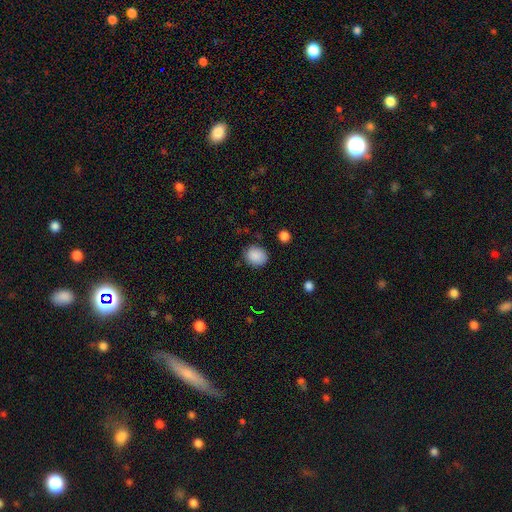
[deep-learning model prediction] smooth_or_featured: smooth (p=0.88) [alt: star or artifact p=0.09]
how_rounded: round (p=0.64) [alt: in between p=0.35]
merging: none (p=0.83) [alt: minor disturbance p=0.12]